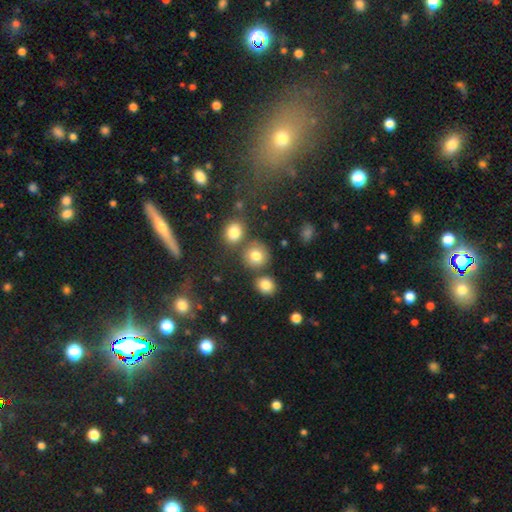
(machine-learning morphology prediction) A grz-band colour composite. It shows a smooth galaxy with no disk features (78%) that is round (85%). Merging: none (71%).